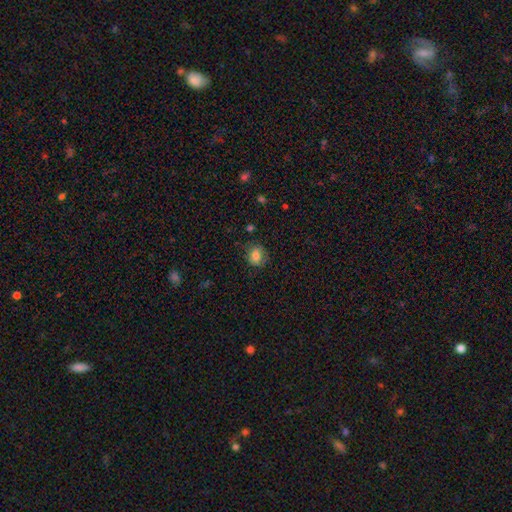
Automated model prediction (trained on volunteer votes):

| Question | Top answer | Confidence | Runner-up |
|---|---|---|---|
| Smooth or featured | smooth | 80% | star or artifact (10%) |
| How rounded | round | 61% | in between (38%) |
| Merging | none | 79% | minor disturbance (16%) |